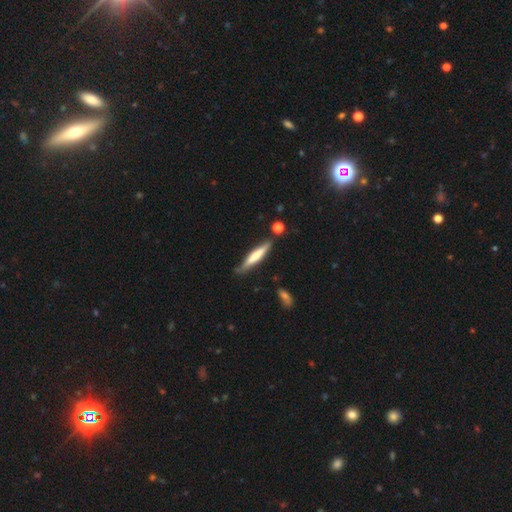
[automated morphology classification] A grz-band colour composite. It shows a smooth galaxy with no disk features (53%) that is cigar-shaped (91%). Merging: none (77%).